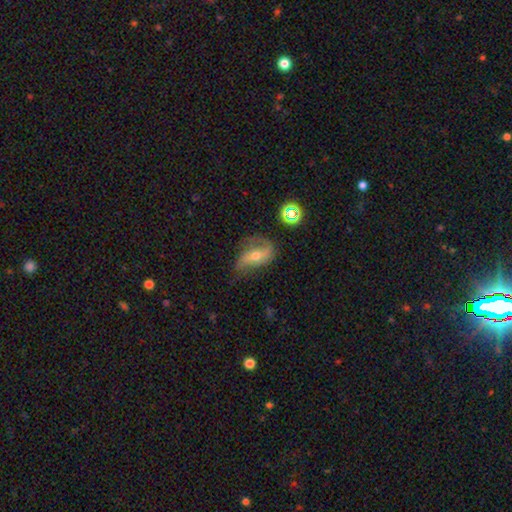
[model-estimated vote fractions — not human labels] Q: Smooth or featured?
A: featured or disk (65%); runner-up: smooth (24%)
Q: Edge-on disk?
A: no (90%); runner-up: yes (10%)
Q: Bar?
A: no (35%); runner-up: strong (34%)
Q: Spiral arms?
A: yes (81%); runner-up: no (19%)
Q: Bulge size?
A: moderate (51%); runner-up: small (44%)
Q: Merging?
A: none (50%); runner-up: minor disturbance (29%)